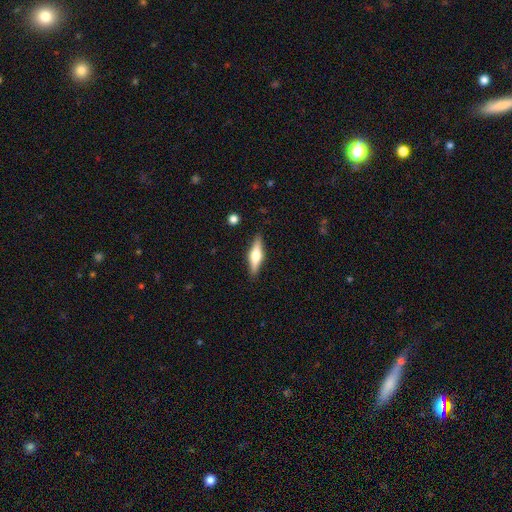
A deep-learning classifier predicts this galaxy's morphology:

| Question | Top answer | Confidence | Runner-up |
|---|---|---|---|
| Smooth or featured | featured or disk | 57% | smooth (37%) |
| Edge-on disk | yes | 95% | no (5%) |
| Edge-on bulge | rounded | 92% | boxy (6%) |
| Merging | none | 88% | minor disturbance (9%) |